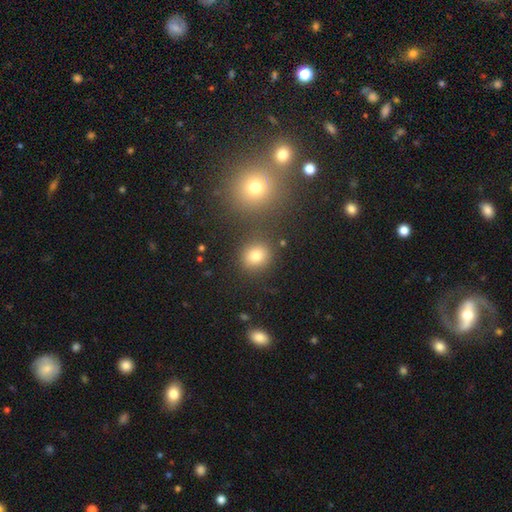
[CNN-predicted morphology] type=smooth (78%); roundness=round (82%); merging=none (81%).